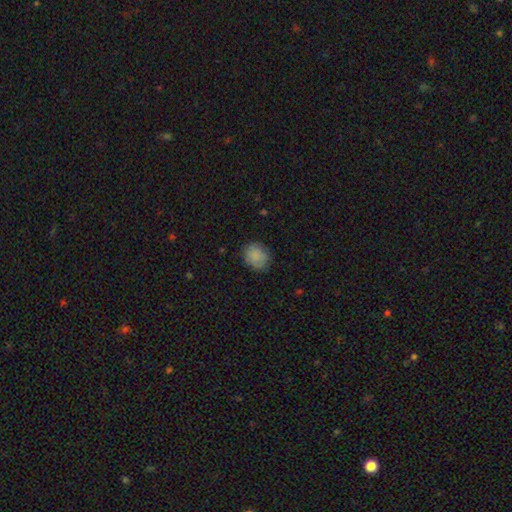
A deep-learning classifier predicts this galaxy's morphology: smooth-or-featured: smooth: 86% | star or artifact: 8% | featured or disk: 6%
  how-rounded: round: 66% | in between: 33% | cigar-shaped: 1%
  merging: none: 81% | minor disturbance: 14% | major disturbance: 3% | merger: 1%